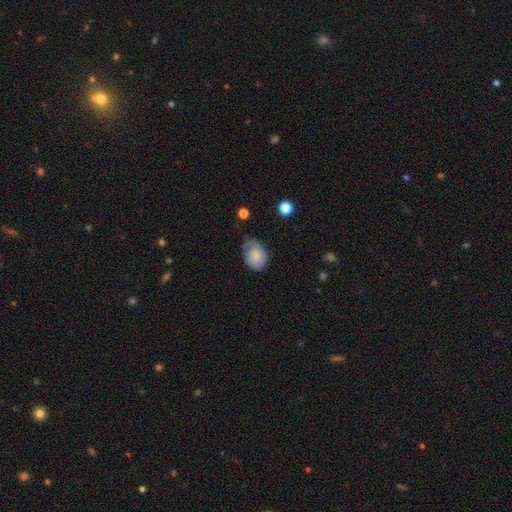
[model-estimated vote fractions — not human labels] Smooth or featured?
  - smooth: 69% *
  - featured or disk: 23%
  - star or artifact: 7%
How rounded?
  - in between: 74% *
  - round: 25%
  - cigar-shaped: 1%
Merging?
  - none: 44% *
  - minor disturbance: 39%
  - major disturbance: 15%
  - merger: 2%